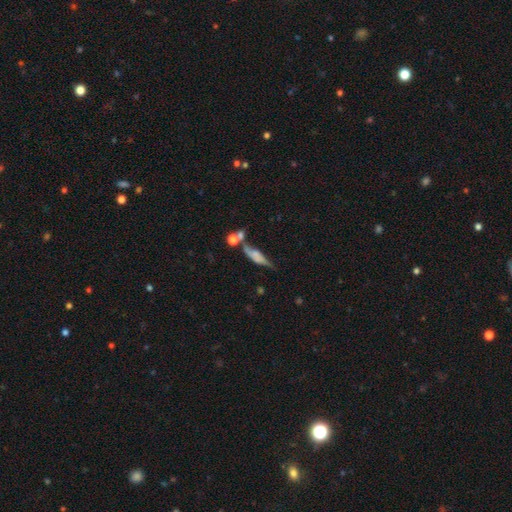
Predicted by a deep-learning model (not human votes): The model was most divided on "smooth or featured": smooth: 45%, featured or disk: 44%, star or artifact: 11%. Remaining: merging — none (34%).